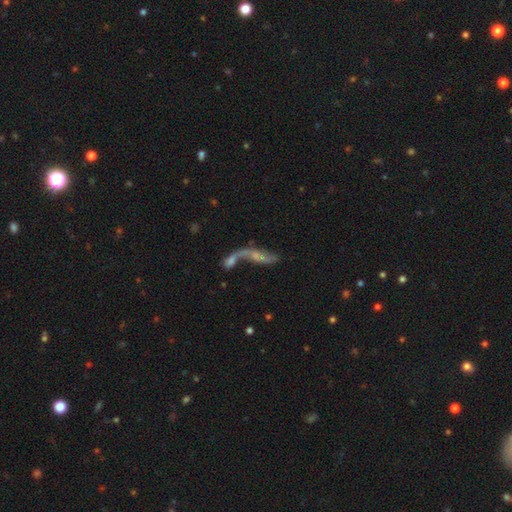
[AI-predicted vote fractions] featured or disk 65%, smooth 24%, star or artifact 11%. Down the decision tree: edge-on disk — no (76%); merging — merger (51%).